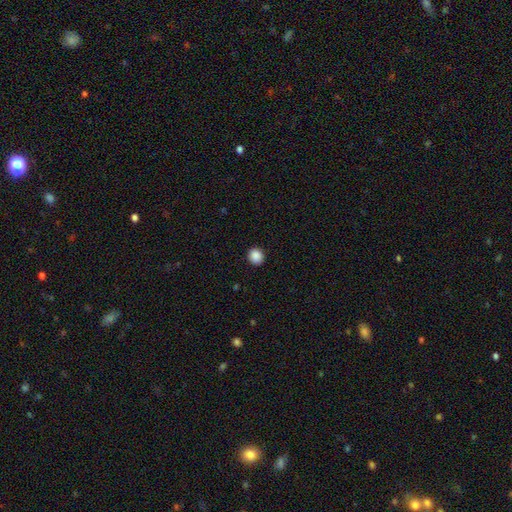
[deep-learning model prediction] Q: Smooth or featured?
A: smooth (88%); runner-up: star or artifact (9%)
Q: How rounded?
A: round (84%); runner-up: in between (15%)
Q: Merging?
A: none (92%); runner-up: minor disturbance (5%)